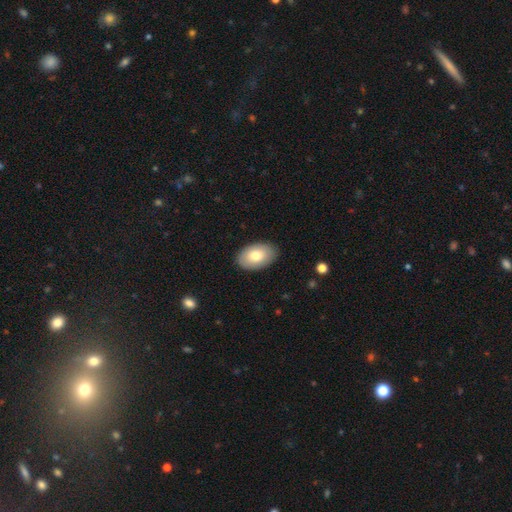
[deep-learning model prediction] A smooth galaxy with no disk features (76%) that is in between round and cigar-shaped (92%). Merging: none (87%).